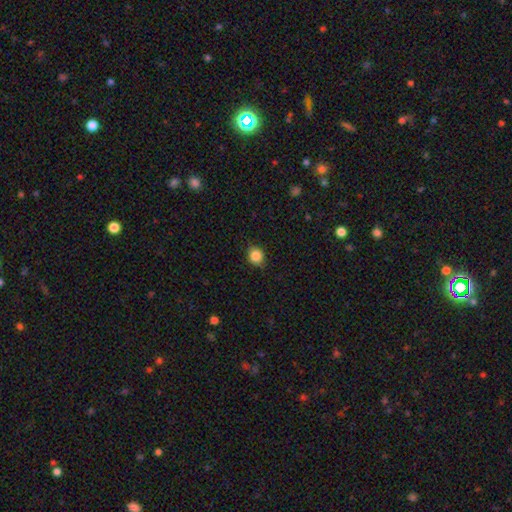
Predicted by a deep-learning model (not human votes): Q: Smooth or featured?
A: smooth (86%); runner-up: star or artifact (10%)
Q: How rounded?
A: round (77%); runner-up: in between (22%)
Q: Merging?
A: none (86%); runner-up: minor disturbance (11%)